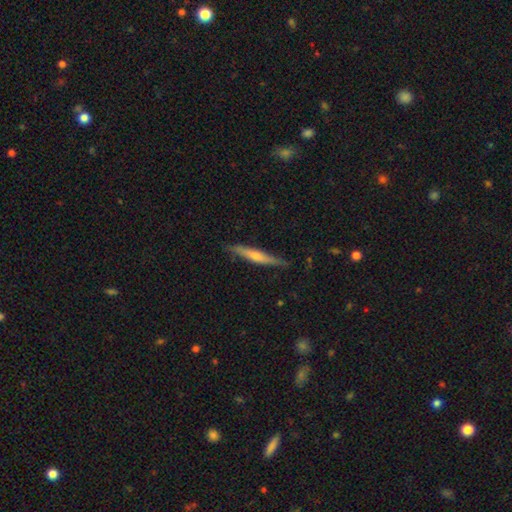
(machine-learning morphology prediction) A featured or disk galaxy (52%) viewed edge-on (94%).

Vote fractions:
- Smooth or featured? featured or disk: 52% / smooth: 42% / star or artifact: 6%
- Edge-on disk? yes: 94% / no: 6%
- Merging? none: 83% / minor disturbance: 14% / major disturbance: 2% / merger: 1%